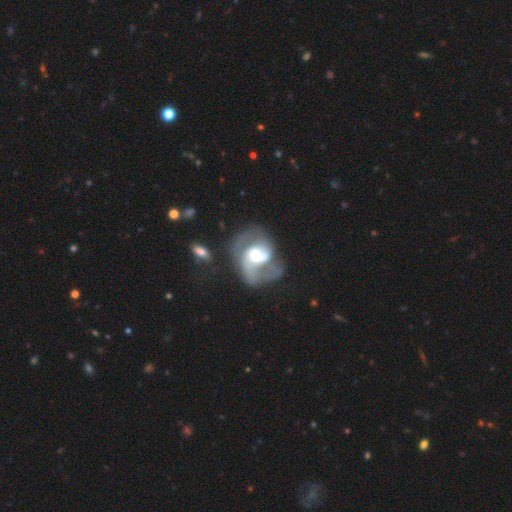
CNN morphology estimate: type=featured or disk (78%); edge-on=no (98%); bar=no (56%); spiral arms=yes (84%); winding=medium (45%); arm count=2 (68%); bulge=moderate (64%); merging=major disturbance (35%).